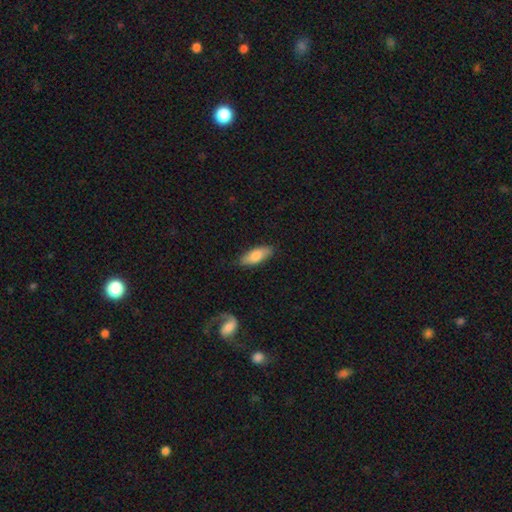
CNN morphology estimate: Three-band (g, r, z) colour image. It shows a smooth galaxy with no disk features (77%) that is in between round and cigar-shaped (71%). Merging: none (83%).